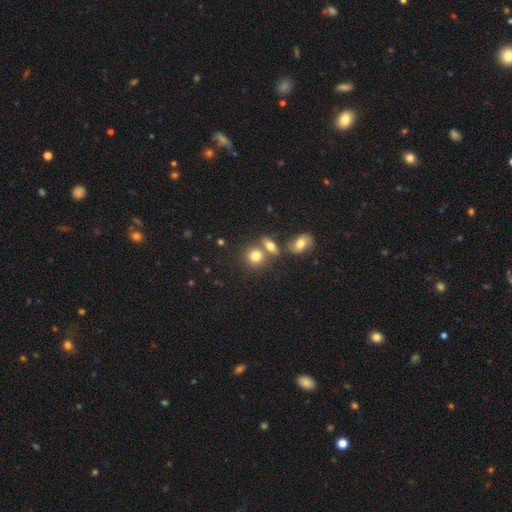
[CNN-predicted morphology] Smooth or featured: smooth — 77% (featured or disk — 12%)
How rounded: round — 69% (in between — 29%)
Merging: none — 53% (merger — 33%)